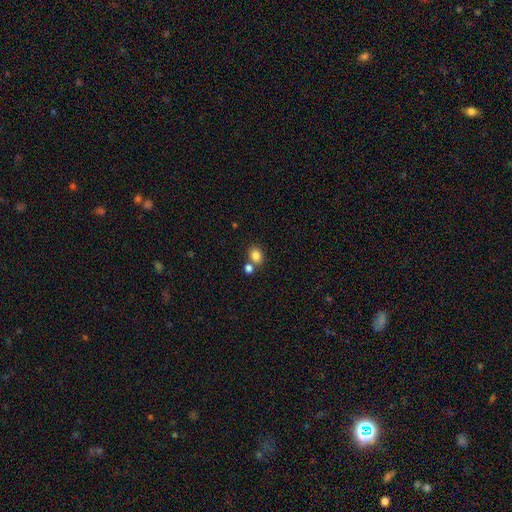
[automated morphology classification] A smooth galaxy with no disk features (83%) that is in between round and cigar-shaped (50%). Merging: none (61%).